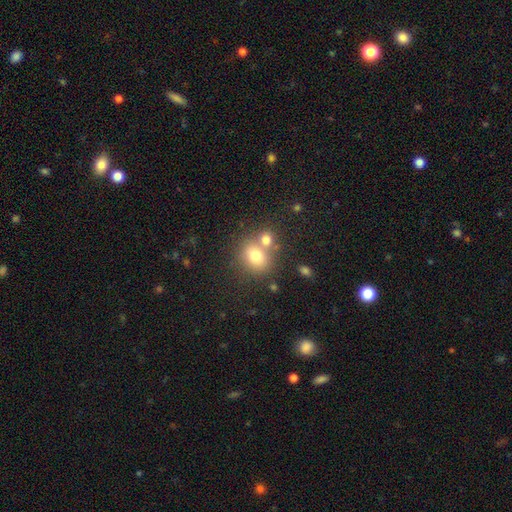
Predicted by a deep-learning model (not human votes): Morphology: type=smooth (74%); roundness=round (61%); merging=none (49%).